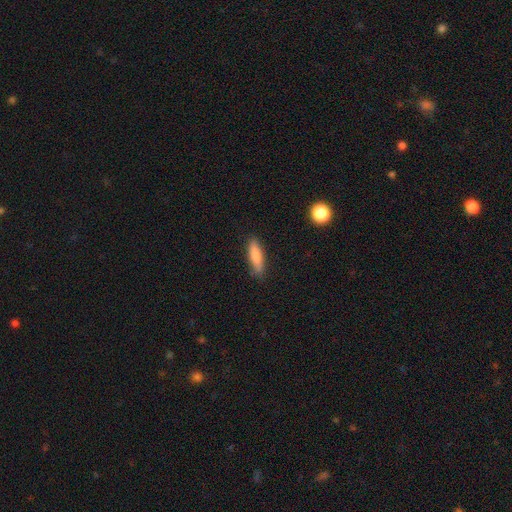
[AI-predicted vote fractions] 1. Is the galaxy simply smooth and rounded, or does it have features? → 82% smooth, 12% featured or disk, 6% star or artifact.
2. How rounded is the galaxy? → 68% cigar-shaped, 30% in between, 2% round.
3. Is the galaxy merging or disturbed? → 84% none, 12% minor disturbance, 2% major disturbance, 1% merger.